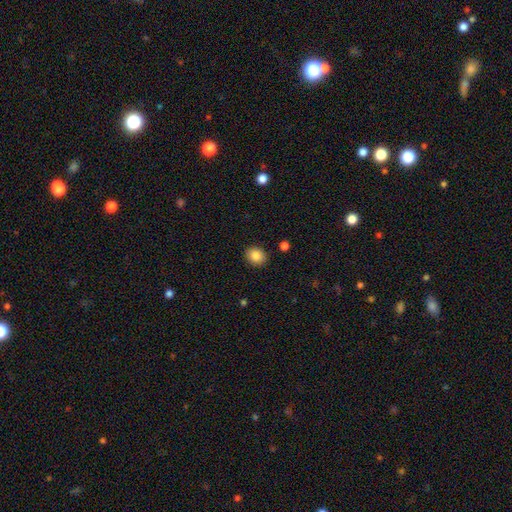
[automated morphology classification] smooth 86%, star or artifact 9%, featured or disk 5%. Down the decision tree: how rounded — round (61%); merging — none (89%).